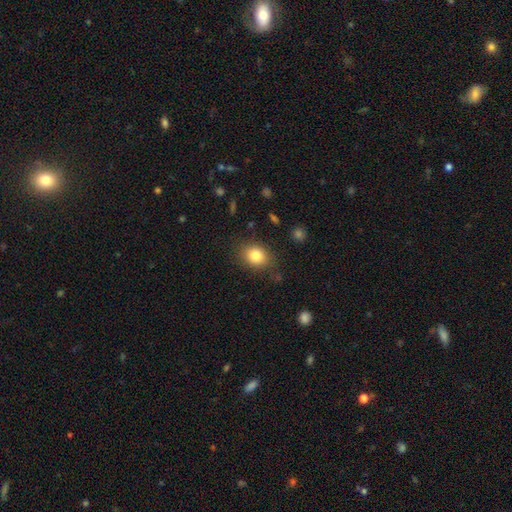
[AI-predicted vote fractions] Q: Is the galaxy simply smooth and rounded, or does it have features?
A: smooth — 82%.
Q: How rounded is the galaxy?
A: round — 52%.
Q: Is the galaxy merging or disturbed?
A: none — 81%.